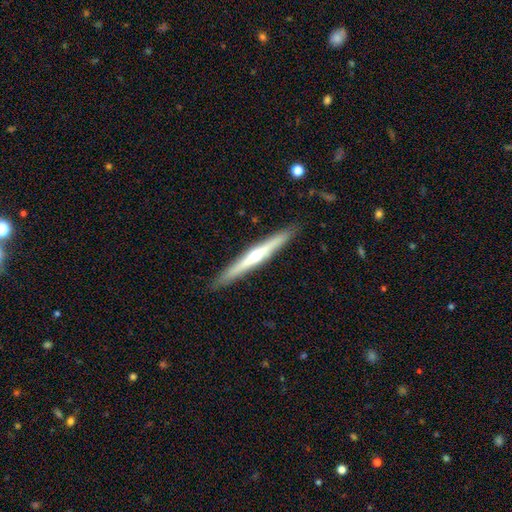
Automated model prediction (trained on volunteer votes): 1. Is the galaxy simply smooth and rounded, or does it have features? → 71% featured or disk, 24% smooth, 5% star or artifact.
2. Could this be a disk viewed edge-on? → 97% yes, 3% no.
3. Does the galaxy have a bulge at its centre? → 83% rounded, 14% none, 3% boxy.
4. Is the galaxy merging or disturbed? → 91% none, 6% minor disturbance, 1% major disturbance, 1% merger.